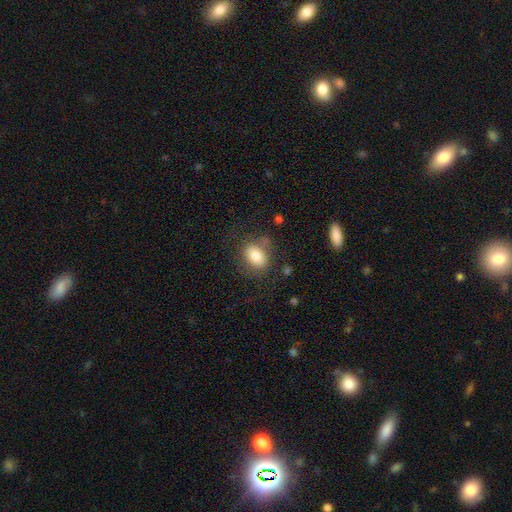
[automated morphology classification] Smooth or featured: smooth — 80% (featured or disk — 12%)
How rounded: in between — 78% (round — 21%)
Merging: none — 72% (minor disturbance — 17%)